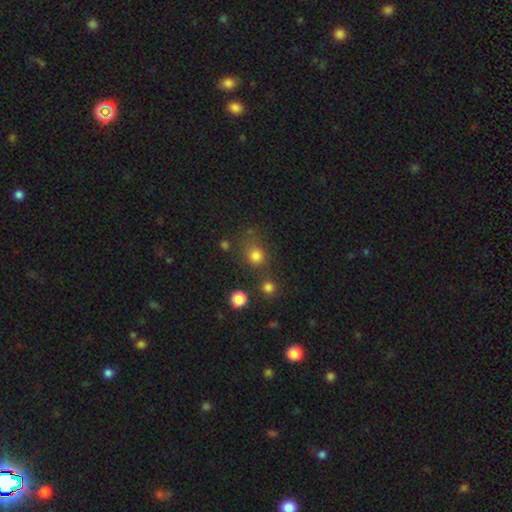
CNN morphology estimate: smooth_or_featured: smooth (p=0.78) [alt: star or artifact p=0.15]
how_rounded: round (p=0.83) [alt: in between p=0.16]
merging: none (p=0.66) [alt: merger p=0.13]